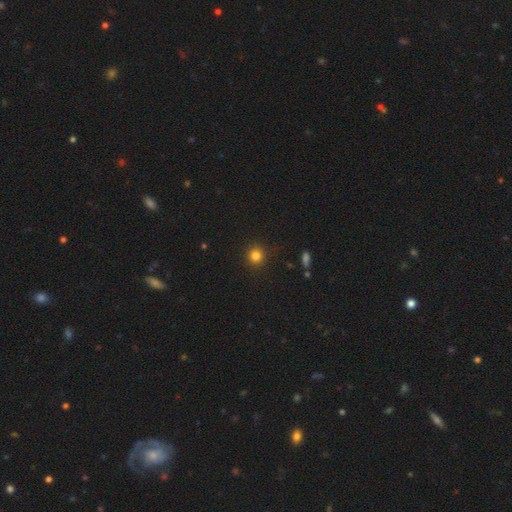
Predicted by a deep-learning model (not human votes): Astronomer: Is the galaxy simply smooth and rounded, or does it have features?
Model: smooth — 82%.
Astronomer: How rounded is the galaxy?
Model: round — 92%.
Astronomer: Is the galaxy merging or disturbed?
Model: none — 91%.